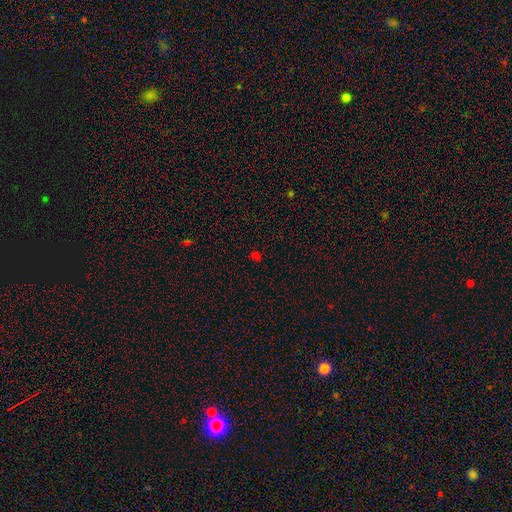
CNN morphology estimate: This is possibly a smooth galaxy (51%). How rounded: possibly round (59%). Merging: likely none (77%).